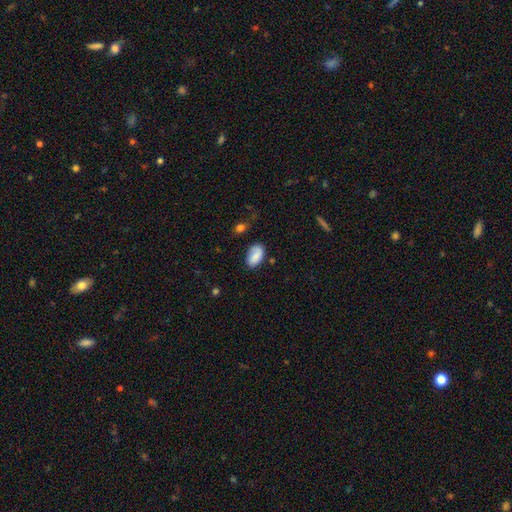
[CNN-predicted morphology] A smooth galaxy with no disk features (77%) that is in between round and cigar-shaped (93%). Merging: none (67%).